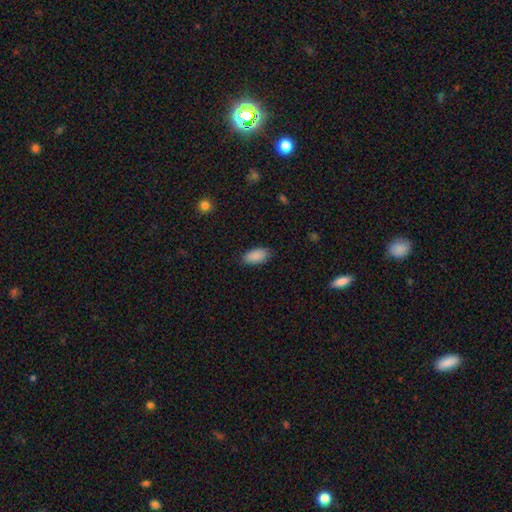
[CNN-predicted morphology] smooth-or-featured: smooth: 90% | star or artifact: 7% | featured or disk: 3%
  how-rounded: in between: 92% | cigar-shaped: 5% | round: 2%
  merging: none: 86% | minor disturbance: 11% | major disturbance: 2% | merger: 1%